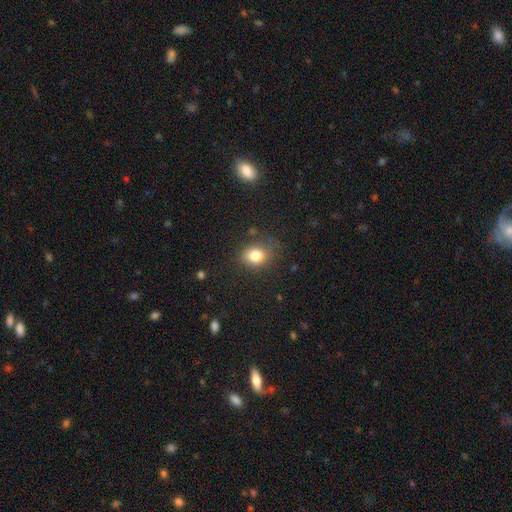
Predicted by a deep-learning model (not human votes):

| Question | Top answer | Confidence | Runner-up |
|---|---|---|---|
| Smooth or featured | smooth | 80% | star or artifact (12%) |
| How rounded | round | 59% | in between (41%) |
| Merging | none | 71% | minor disturbance (19%) |